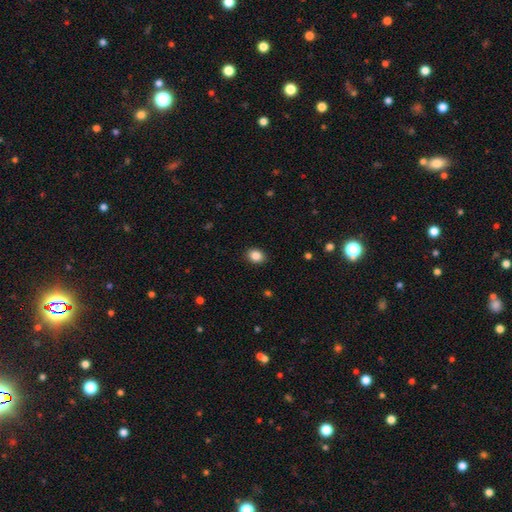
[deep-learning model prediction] Smooth or featured?
  - smooth: 86% *
  - star or artifact: 9%
  - featured or disk: 4%
How rounded?
  - in between: 59% *
  - round: 40%
  - cigar-shaped: 1%
Merging?
  - none: 90% *
  - minor disturbance: 7%
  - major disturbance: 2%
  - merger: 1%